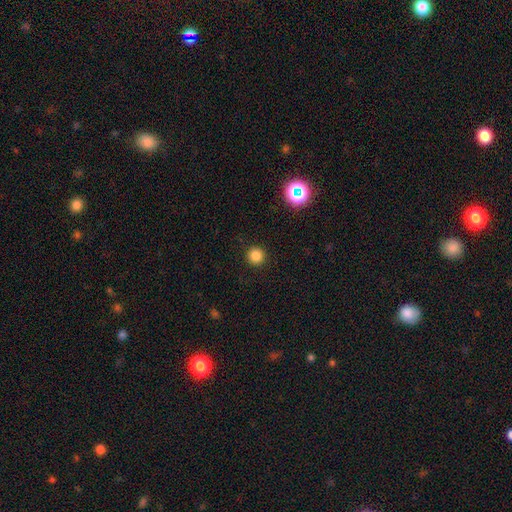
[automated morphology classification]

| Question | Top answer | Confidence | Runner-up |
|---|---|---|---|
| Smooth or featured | smooth | 82% | star or artifact (14%) |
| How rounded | round | 95% | in between (4%) |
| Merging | none | 92% | minor disturbance (5%) |